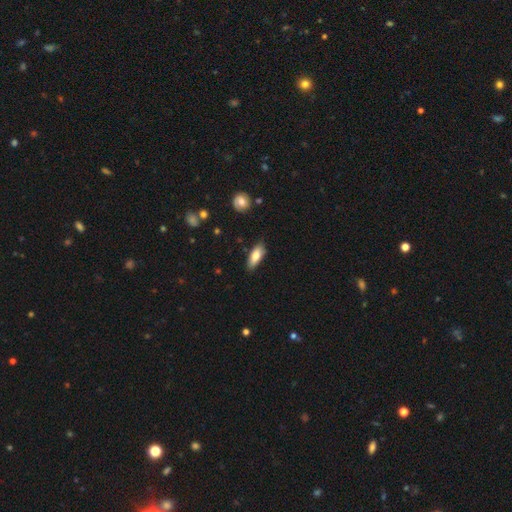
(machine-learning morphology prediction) smooth 77%, featured or disk 16%, star or artifact 6%. Down the decision tree: how rounded — in between (74%); merging — none (81%).